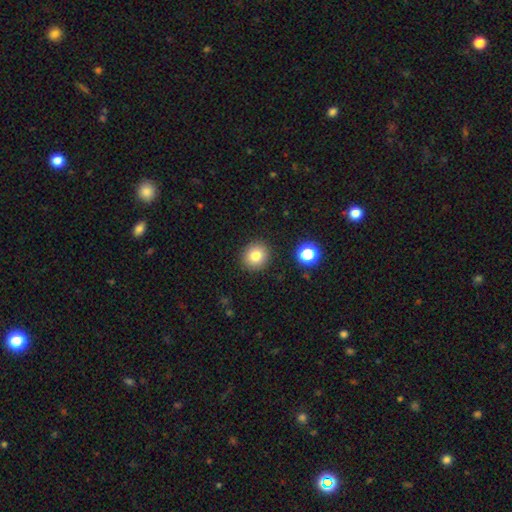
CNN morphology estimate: smooth_or_featured: smooth (p=0.80) [alt: star or artifact p=0.12]
how_rounded: round (p=0.88) [alt: in between p=0.11]
merging: none (p=0.90) [alt: minor disturbance p=0.06]